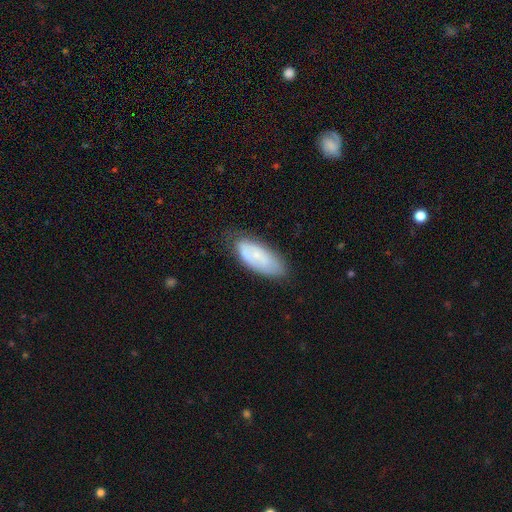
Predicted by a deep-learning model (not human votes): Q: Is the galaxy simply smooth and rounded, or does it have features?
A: smooth — 59%.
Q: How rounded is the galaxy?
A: in between — 83%.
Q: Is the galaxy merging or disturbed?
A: none — 67%.